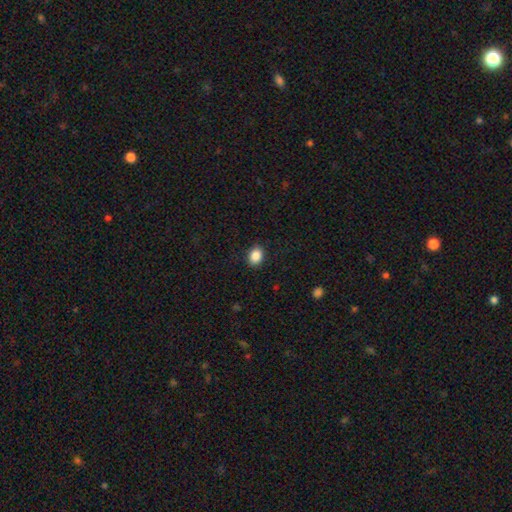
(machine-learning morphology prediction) smooth 88%, star or artifact 9%, featured or disk 3%. Down the decision tree: how rounded — in between (71%); merging — none (88%).